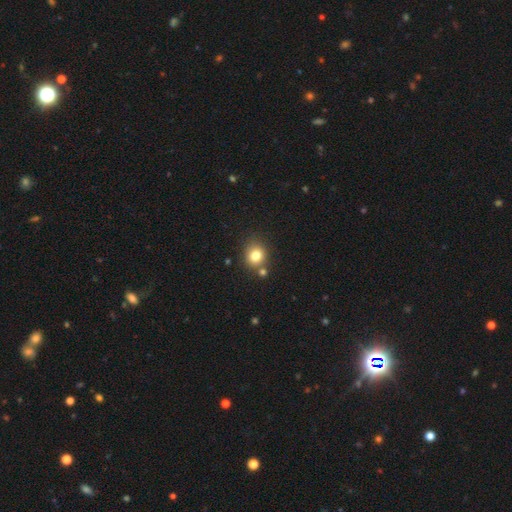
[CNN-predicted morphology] The model was most divided on "how rounded": round: 76%, in between: 23%, cigar-shaped: 1%. More confident: smooth or featured — smooth (80%); merging — none (72%).